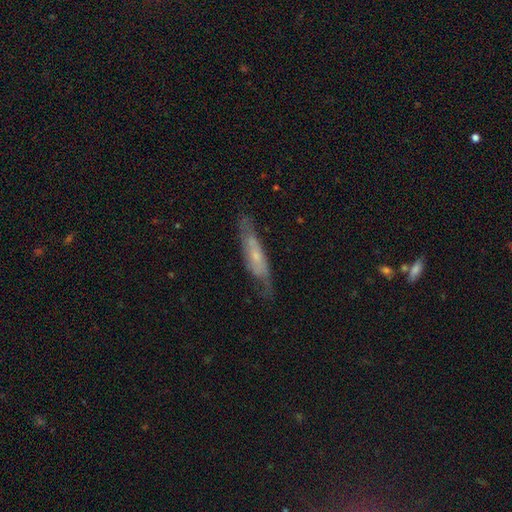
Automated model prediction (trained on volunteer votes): This appears to be a featured or disk galaxy (61%). Merging: none (66%).